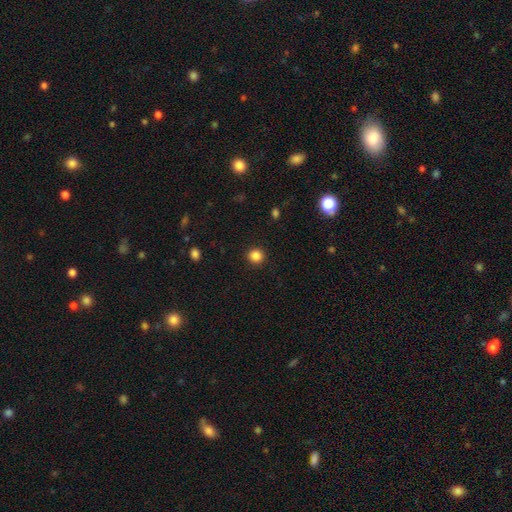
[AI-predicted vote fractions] A smooth galaxy with no disk features (85%) that is round (94%). Merging: none (92%).